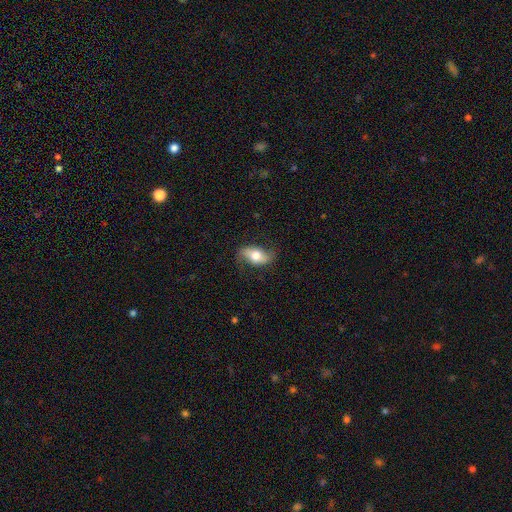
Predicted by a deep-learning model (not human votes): This appears to be a smooth galaxy with no disk features (49%). Merging: none (74%).